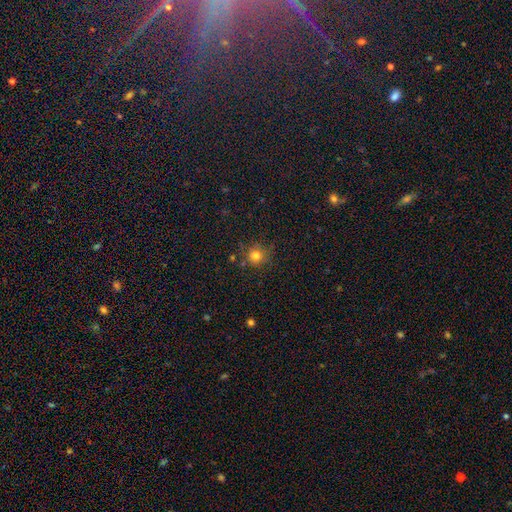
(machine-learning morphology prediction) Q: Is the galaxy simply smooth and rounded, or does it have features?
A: smooth — 80%.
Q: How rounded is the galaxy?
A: round — 91%.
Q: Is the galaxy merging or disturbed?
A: none — 79%.